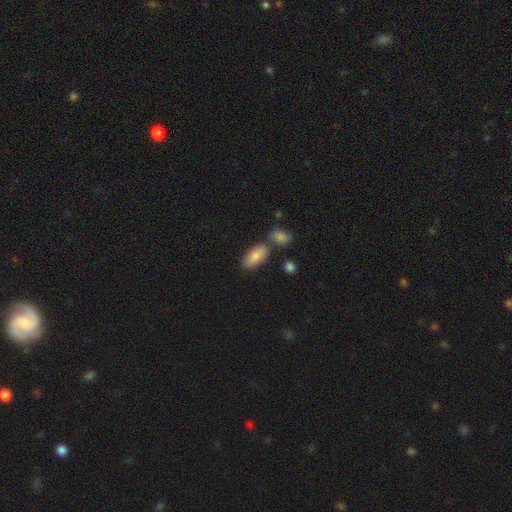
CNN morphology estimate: A smooth galaxy with no disk features (82%) that is in between round and cigar-shaped (89%).

Vote fractions:
- Smooth or featured? smooth: 82% / featured or disk: 11% / star or artifact: 7%
- How rounded? in between: 89% / cigar-shaped: 7% / round: 3%
- Merging? none: 65% / merger: 19% / minor disturbance: 13% / major disturbance: 3%